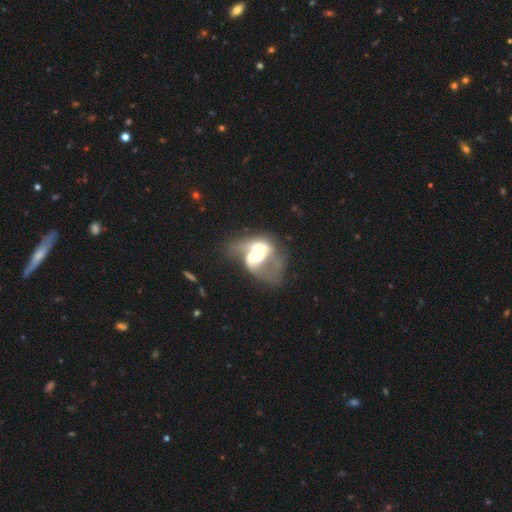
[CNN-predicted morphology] smooth-or-featured: featured or disk: 71% | smooth: 21% | star or artifact: 8%
  disk-edge-on: no: 97% | yes: 3%
    bar: no: 56% | weak: 30% | strong: 13%
    has-spiral-arms: yes: 70% | no: 30%
    bulge-size: moderate: 49% | large: 32% | small: 10% | dominant: 5% | none: 4%
  merging: merger: 66% | major disturbance: 17% | none: 11% | minor disturbance: 6%